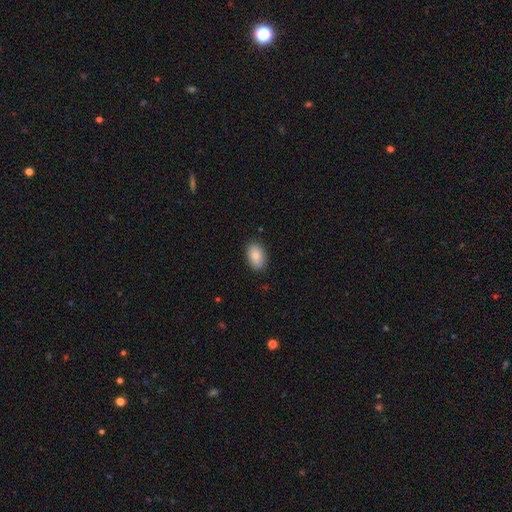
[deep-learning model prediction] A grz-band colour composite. It shows a smooth galaxy with no disk features (84%) that is in between round and cigar-shaped (91%). Merging: none (87%).